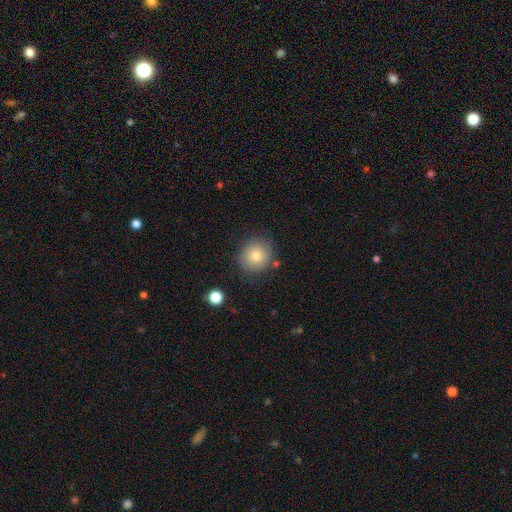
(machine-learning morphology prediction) smooth-or-featured: smooth: 79% | featured or disk: 12% | star or artifact: 10%
  how-rounded: round: 88% | in between: 11% | cigar-shaped: 1%
  merging: none: 82% | minor disturbance: 12% | major disturbance: 3% | merger: 3%